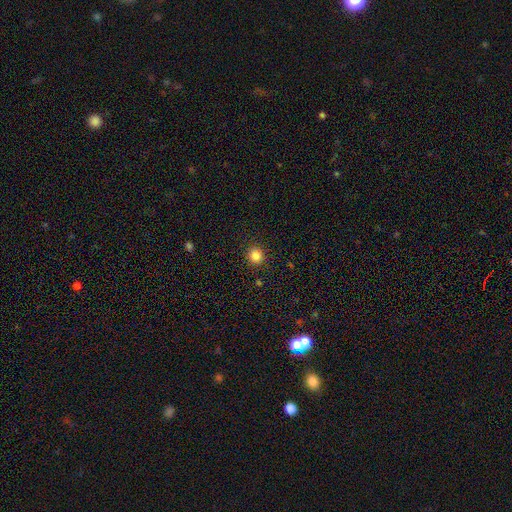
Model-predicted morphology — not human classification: smooth 84%, star or artifact 12%, featured or disk 4%. Down the decision tree: how rounded — round (89%); merging — none (92%).